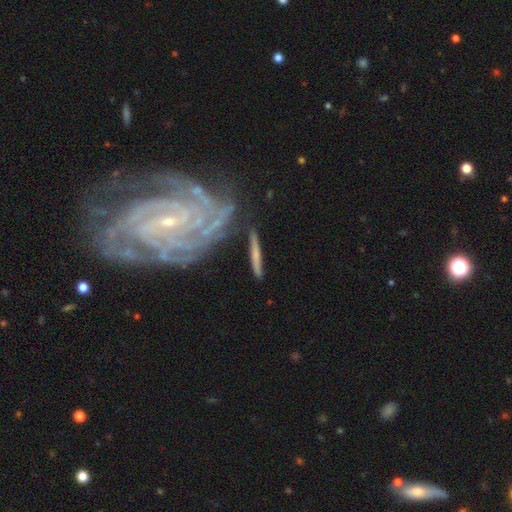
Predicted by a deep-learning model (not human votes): smooth-or-featured: featured or disk: 58% | smooth: 34% | star or artifact: 8%
  disk-edge-on: yes: 66% | no: 34%
  merging: none: 76% | minor disturbance: 14% | merger: 6% | major disturbance: 5%